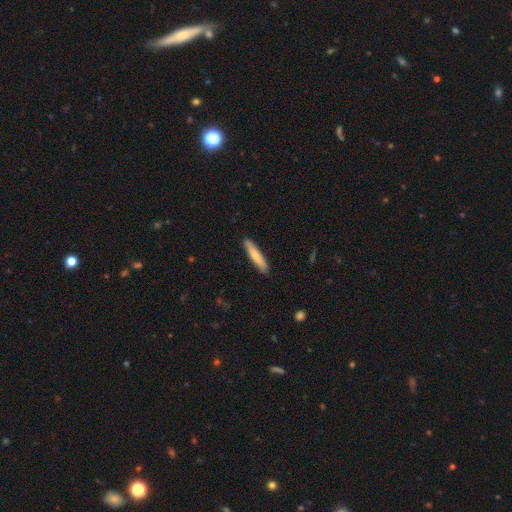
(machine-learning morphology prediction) Overall: smooth (74%). How rounded: cigar-shaped (89%). Merging: none (89%).